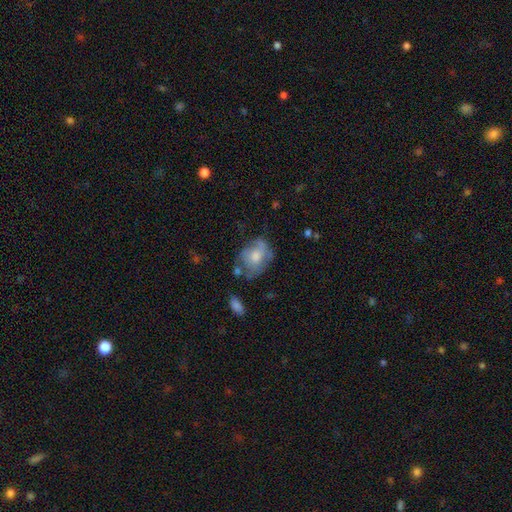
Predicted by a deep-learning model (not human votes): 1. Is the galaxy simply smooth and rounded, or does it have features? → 53% smooth, 39% featured or disk, 7% star or artifact.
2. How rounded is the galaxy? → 67% in between, 32% round, 1% cigar-shaped.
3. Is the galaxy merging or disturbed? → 43% none, 29% minor disturbance, 20% major disturbance, 7% merger.